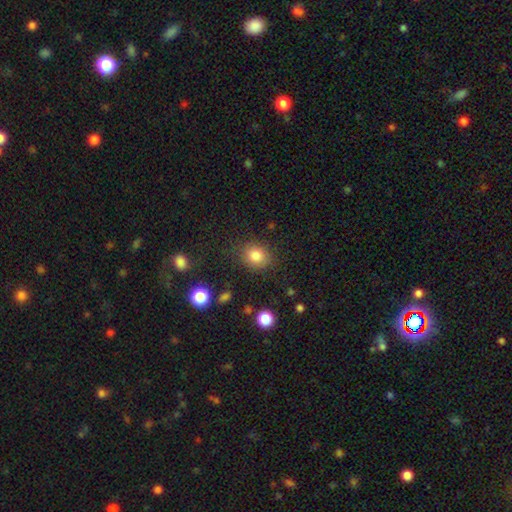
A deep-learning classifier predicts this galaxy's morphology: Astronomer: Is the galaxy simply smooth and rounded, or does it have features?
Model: smooth — 82%.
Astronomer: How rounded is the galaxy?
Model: round — 73%.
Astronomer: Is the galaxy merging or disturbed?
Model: none — 83%.